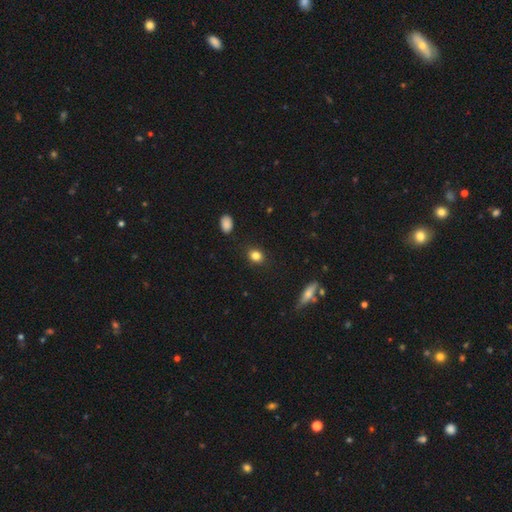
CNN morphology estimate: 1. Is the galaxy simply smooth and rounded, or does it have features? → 84% smooth, 10% star or artifact, 6% featured or disk.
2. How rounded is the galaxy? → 52% round, 46% in between, 2% cigar-shaped.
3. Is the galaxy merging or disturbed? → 88% none, 9% minor disturbance, 2% major disturbance, 2% merger.